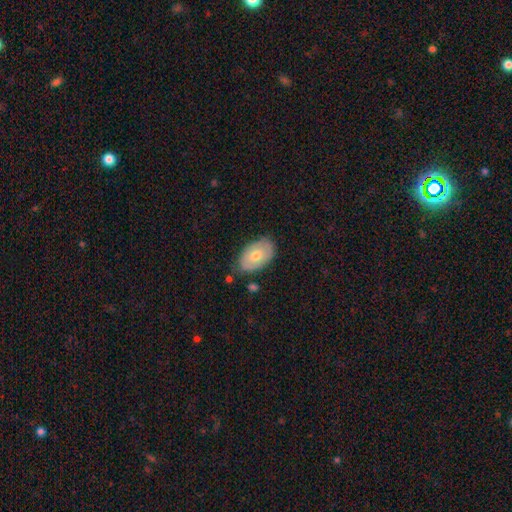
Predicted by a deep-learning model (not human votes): The model was most divided on "smooth or featured": smooth: 59%, featured or disk: 35%, star or artifact: 6%. More confident: how rounded — in between (91%); merging — none (73%).